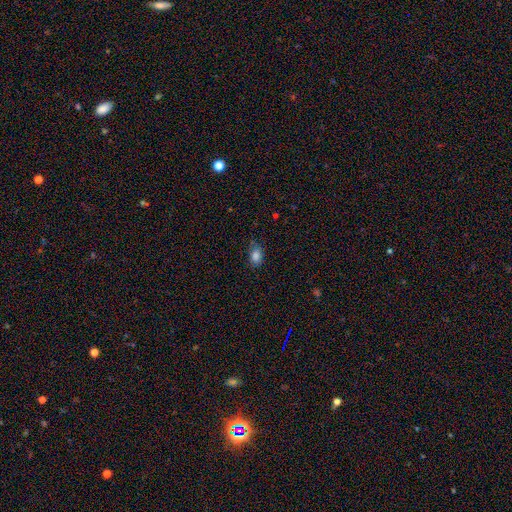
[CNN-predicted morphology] Smooth or featured? smooth (84%)
How rounded? in between (80%)
Merging? none (70%)